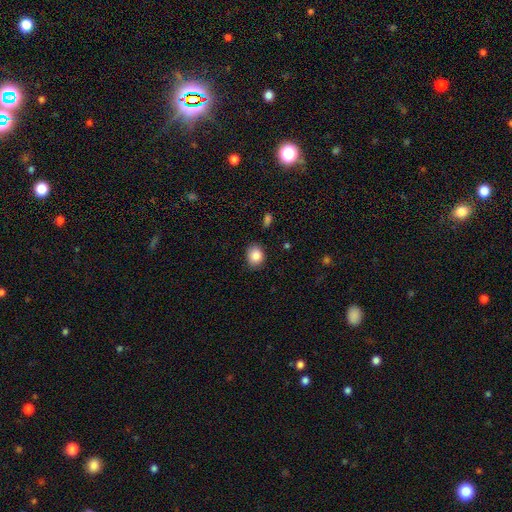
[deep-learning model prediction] Q: Smooth or featured?
A: smooth (86%); runner-up: star or artifact (8%)
Q: How rounded?
A: in between (50%); runner-up: round (49%)
Q: Merging?
A: none (81%); runner-up: minor disturbance (15%)